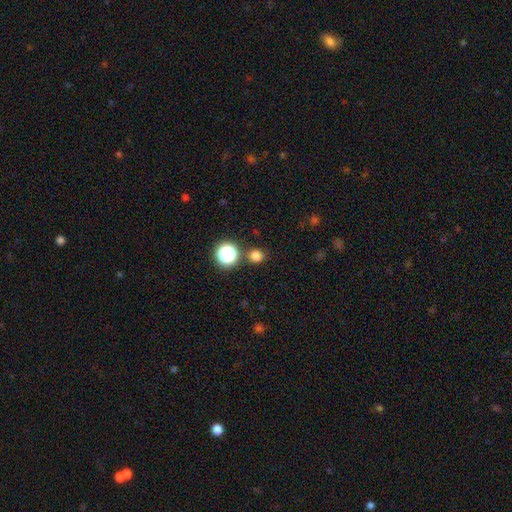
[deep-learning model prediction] Smooth or featured: smooth — 76% (star or artifact — 19%)
How rounded: round — 87% (in between — 12%)
Merging: none — 82% (minor disturbance — 8%)